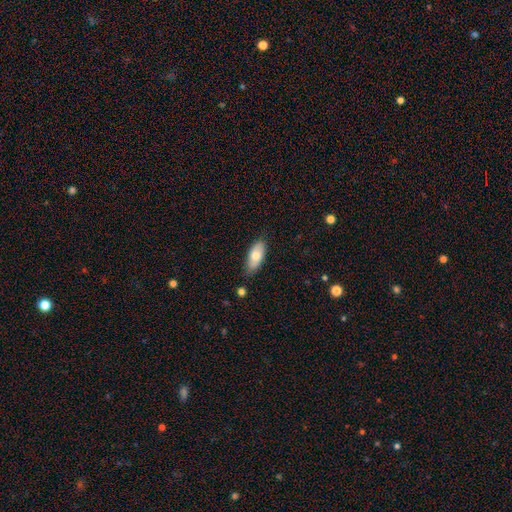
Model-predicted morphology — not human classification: Overall: smooth (72%). How rounded: in between (86%). Merging: none (79%).